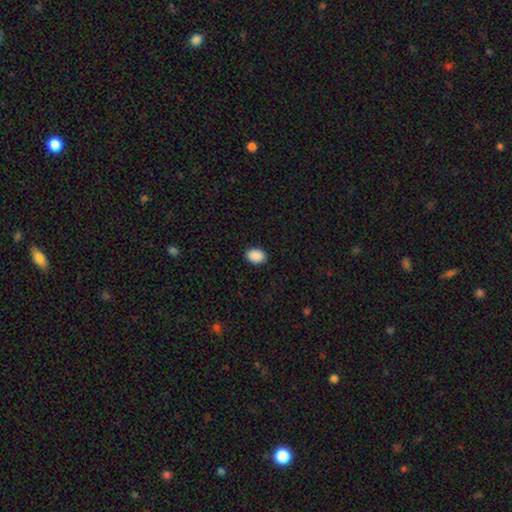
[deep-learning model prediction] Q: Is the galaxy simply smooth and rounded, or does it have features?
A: smooth — 91%.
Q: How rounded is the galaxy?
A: in between — 79%.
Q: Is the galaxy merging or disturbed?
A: none — 90%.